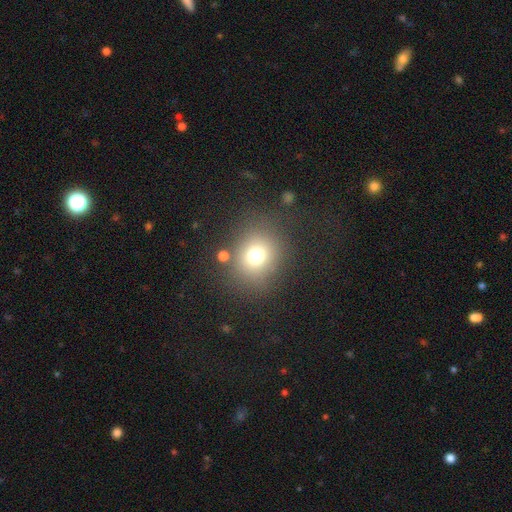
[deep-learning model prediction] Smooth or featured? smooth (72%)
How rounded? round (78%)
Merging? none (78%)